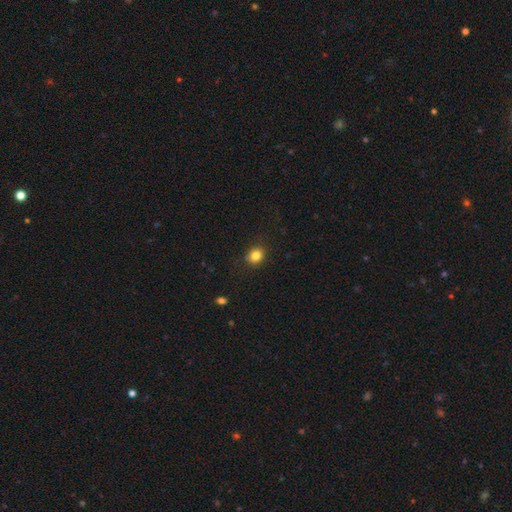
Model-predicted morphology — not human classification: Overall: smooth (83%). How rounded: round (70%). Merging: none (85%).